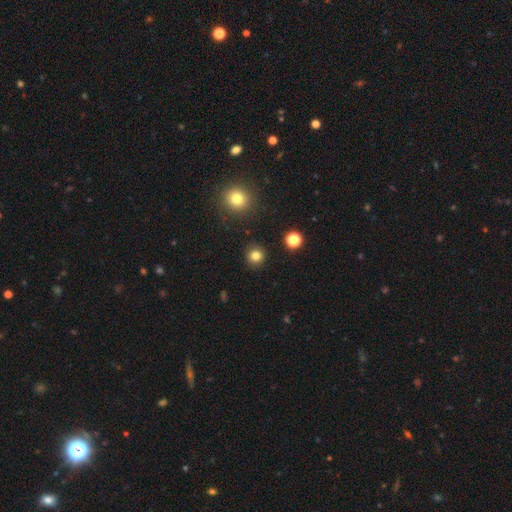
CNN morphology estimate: smooth_or_featured: smooth (p=0.81) [alt: star or artifact p=0.14]
how_rounded: round (p=0.93) [alt: in between p=0.06]
merging: none (p=0.90) [alt: minor disturbance p=0.06]